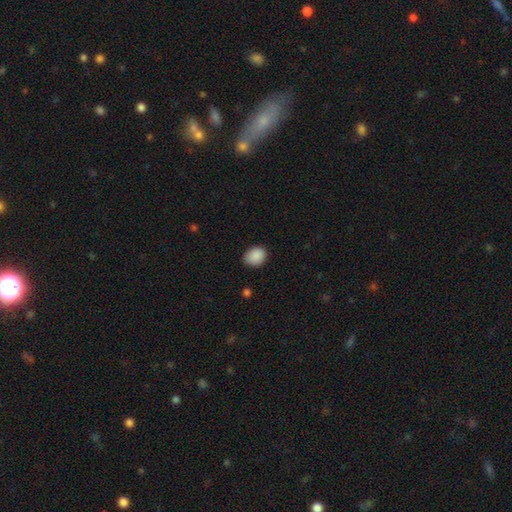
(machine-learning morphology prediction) Smooth or featured: smooth — 89% (star or artifact — 8%)
How rounded: in between — 53% (round — 46%)
Merging: none — 83% (minor disturbance — 14%)